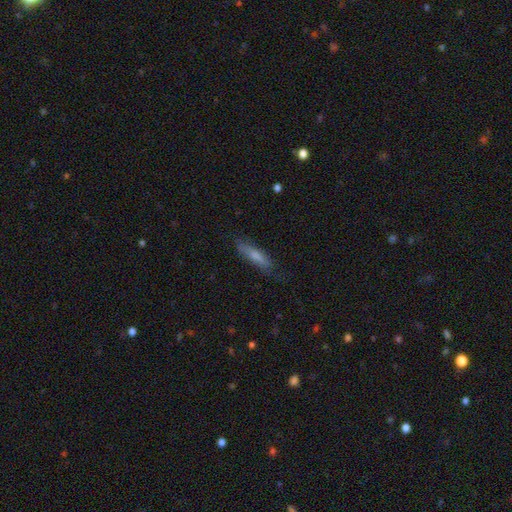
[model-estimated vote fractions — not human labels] This is likely a smooth galaxy (69%). How rounded: likely cigar-shaped (78%). Merging: likely none (76%).